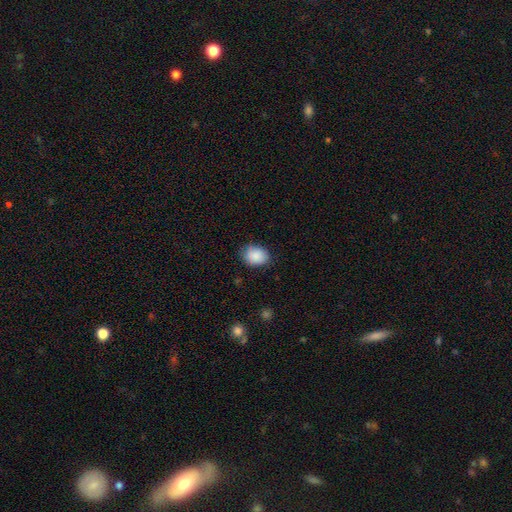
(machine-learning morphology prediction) Smooth or featured: smooth — 88% (star or artifact — 7%)
How rounded: in between — 59% (round — 40%)
Merging: none — 79% (minor disturbance — 17%)